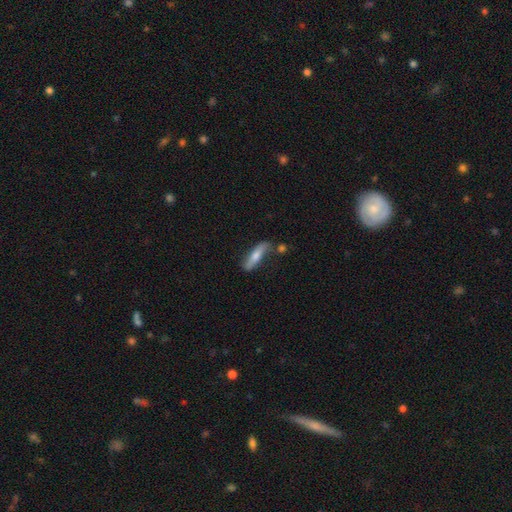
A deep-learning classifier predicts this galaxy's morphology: smooth-or-featured: smooth: 58% | featured or disk: 36% | star or artifact: 6%
  how-rounded: cigar-shaped: 71% | in between: 27% | round: 2%
  merging: none: 64% | minor disturbance: 20% | merger: 10% | major disturbance: 6%